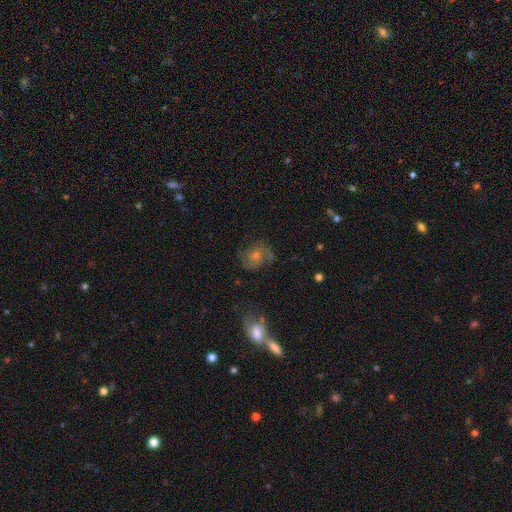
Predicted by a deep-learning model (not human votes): Overall: featured or disk (58%; smooth 26%). Edge-on disk: no (96%). Bar: no (72%). Spiral arms: yes (84%). Bulge size: moderate (54%; small 29%). Merging: none (68%).